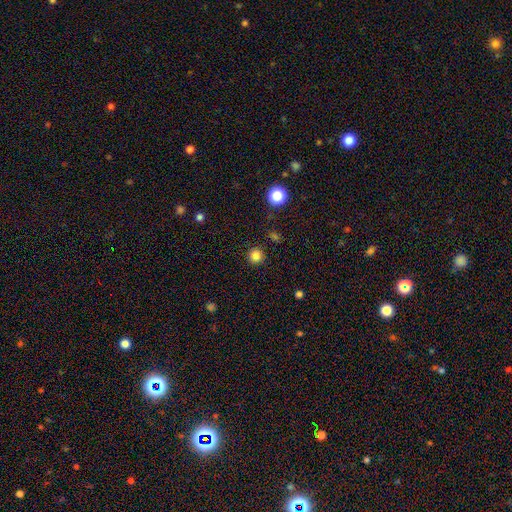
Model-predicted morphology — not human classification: This is clearly a smooth galaxy (83%). How rounded: clearly round (95%). Merging: clearly none (91%).